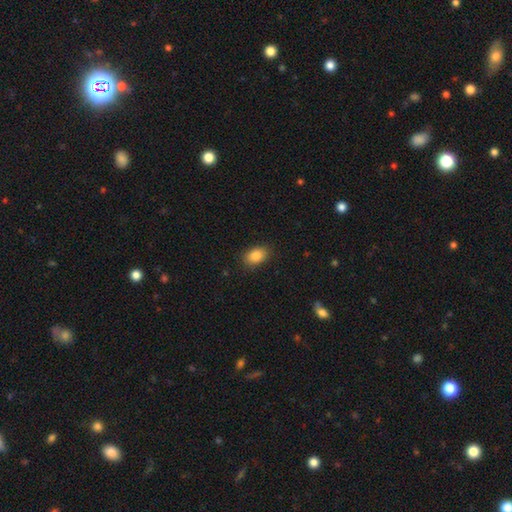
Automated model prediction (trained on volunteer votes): The model was most divided on "how rounded": in between: 79%, round: 20%, cigar-shaped: 1%. More confident: smooth or featured — smooth (86%); merging — none (86%).